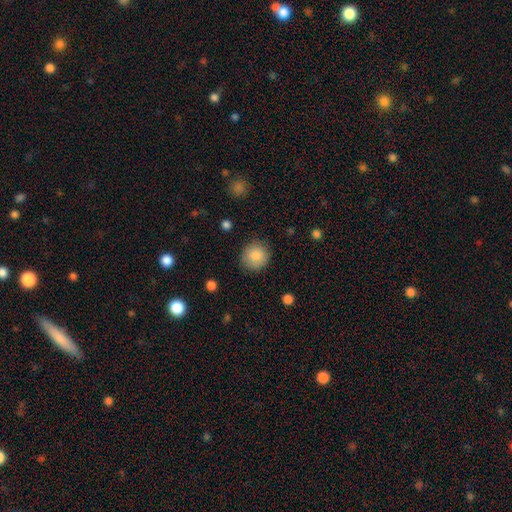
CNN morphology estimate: A smooth galaxy with no disk features (86%) that is round (86%).

Vote fractions:
- Smooth or featured? smooth: 86% / star or artifact: 8% / featured or disk: 6%
- How rounded? round: 86% / in between: 13% / cigar-shaped: 1%
- Merging? none: 85% / minor disturbance: 11% / major disturbance: 3% / merger: 1%